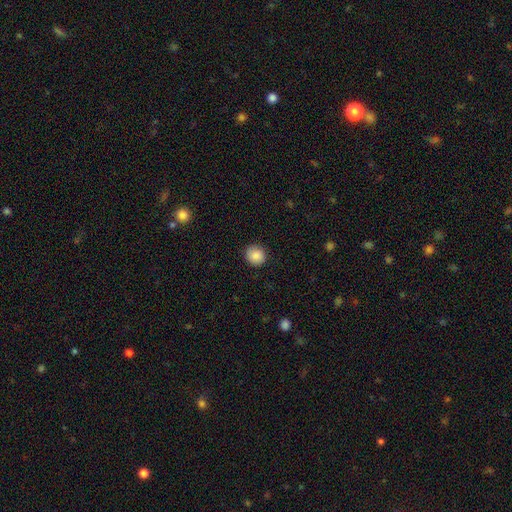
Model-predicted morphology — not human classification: A smooth galaxy with no disk features (87%) that is round (86%). Merging: none (88%).